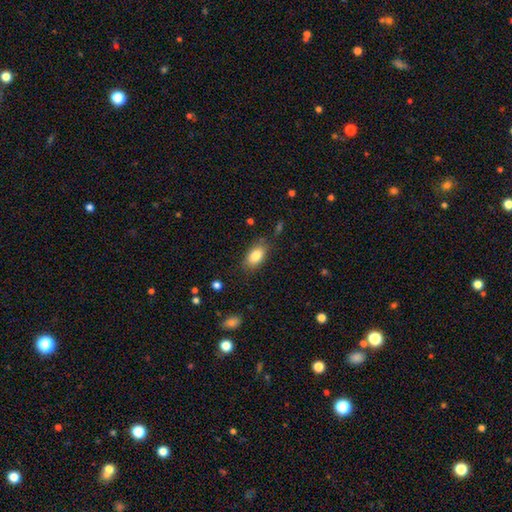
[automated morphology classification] Smooth or featured?
  - smooth: 84% *
  - featured or disk: 8%
  - star or artifact: 7%
How rounded?
  - in between: 90% *
  - round: 7%
  - cigar-shaped: 3%
Merging?
  - none: 79% *
  - minor disturbance: 15%
  - major disturbance: 4%
  - merger: 2%